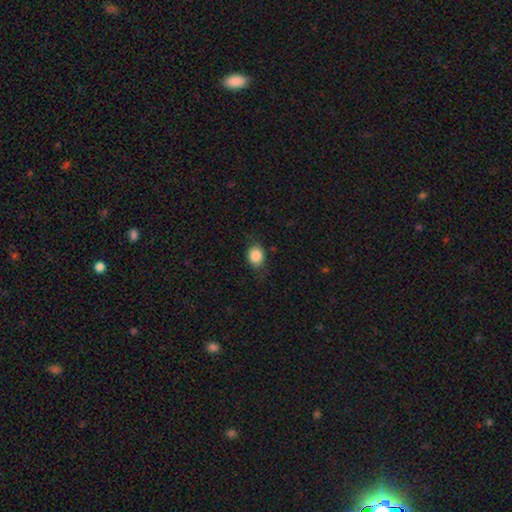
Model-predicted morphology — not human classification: Smooth or featured? Predicted: smooth (p=0.87). How rounded? Predicted: round (p=0.53). Merging? Predicted: none (p=0.77).